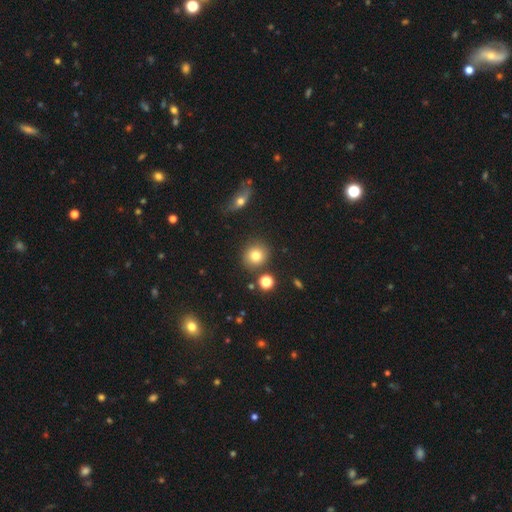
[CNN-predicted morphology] Smooth or featured?
  - smooth: 79% *
  - star or artifact: 12%
  - featured or disk: 10%
How rounded?
  - round: 87% *
  - in between: 12%
  - cigar-shaped: 1%
Merging?
  - none: 84% *
  - minor disturbance: 8%
  - merger: 5%
  - major disturbance: 3%